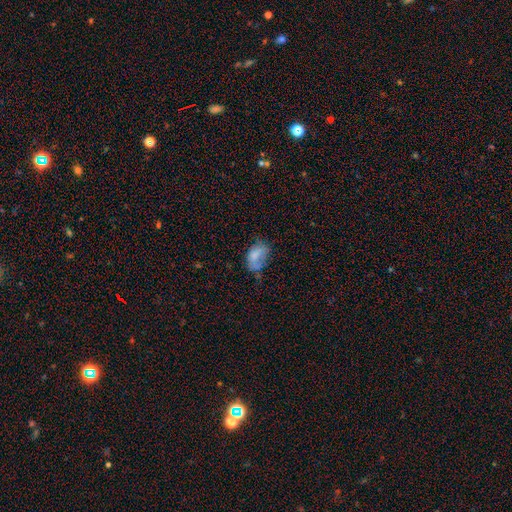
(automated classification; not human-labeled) smooth 71%, featured or disk 20%, star or artifact 9%. Down the decision tree: how rounded — in between (88%); merging — none (44%).